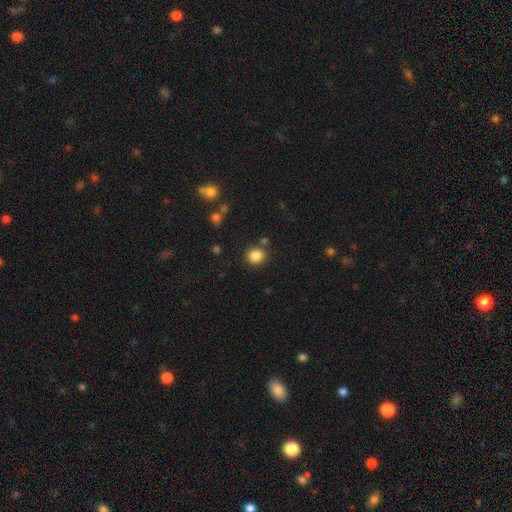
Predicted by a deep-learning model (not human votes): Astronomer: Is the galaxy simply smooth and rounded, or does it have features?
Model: smooth — 85%.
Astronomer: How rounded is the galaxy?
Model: round — 78%.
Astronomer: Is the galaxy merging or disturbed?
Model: none — 83%.